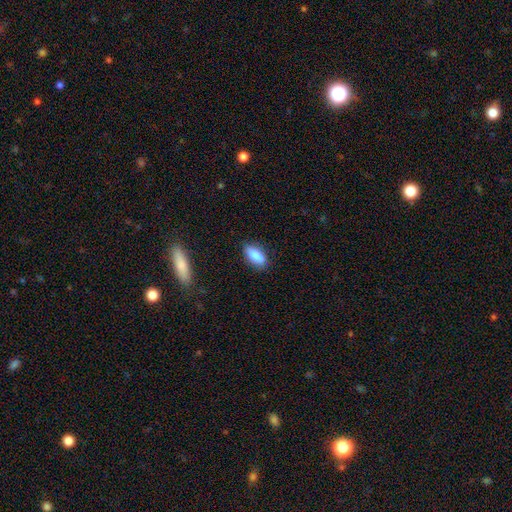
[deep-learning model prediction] Smooth or featured? smooth (83%)
How rounded? in between (82%)
Merging? none (83%)